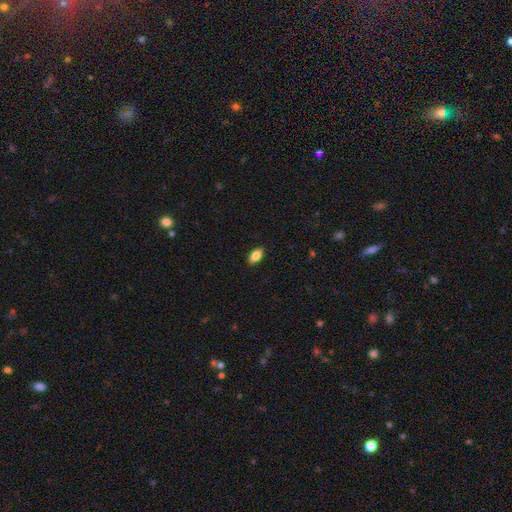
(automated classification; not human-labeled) Smooth or featured? smooth (82%)
How rounded? in between (90%)
Merging? none (89%)